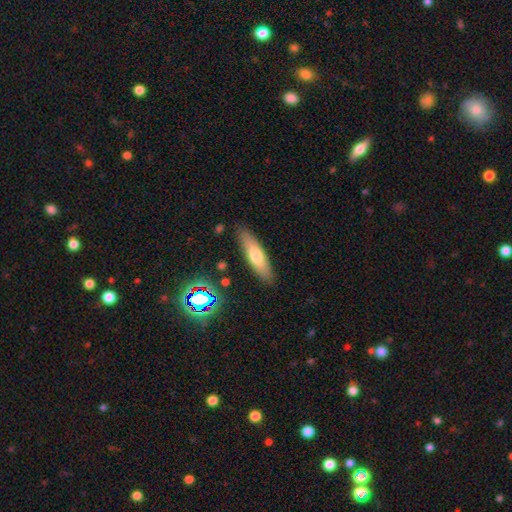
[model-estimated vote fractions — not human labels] A smooth galaxy with no disk features (62%) that is cigar-shaped (70%). Merging: none (87%).